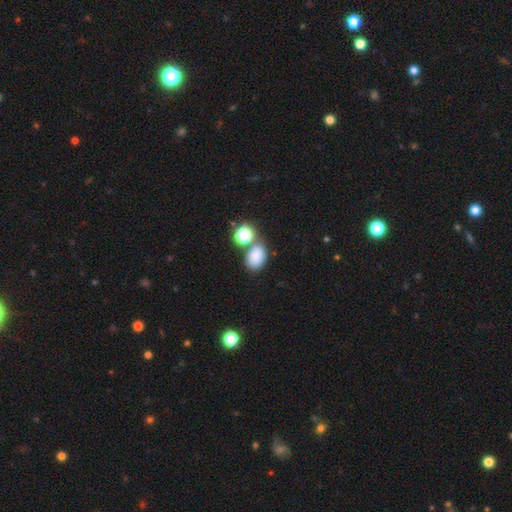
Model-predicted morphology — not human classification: Smooth or featured? smooth (81%)
How rounded? in between (79%)
Merging? none (63%)